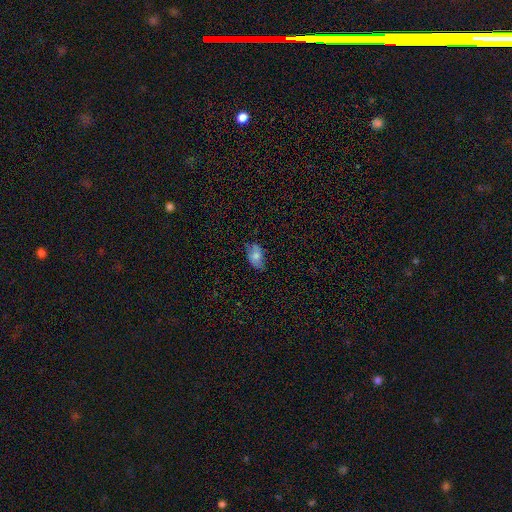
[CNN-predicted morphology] A smooth galaxy with no disk features (72%) that is in between round and cigar-shaped (91%). Merging: none (66%).